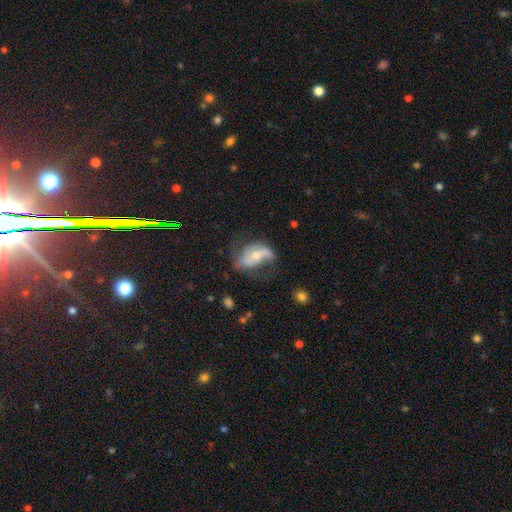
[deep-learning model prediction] Overall: featured or disk (66%). Edge-on disk: no (94%). Bar: no (46%; weak 34%). Spiral arms: yes (83%). Spiral arm count: 2 (69%). Spiral winding: loose (64%; medium 27%). Bulge size: moderate (50%; small 42%). Merging: none (43%; minor disturbance 27%).